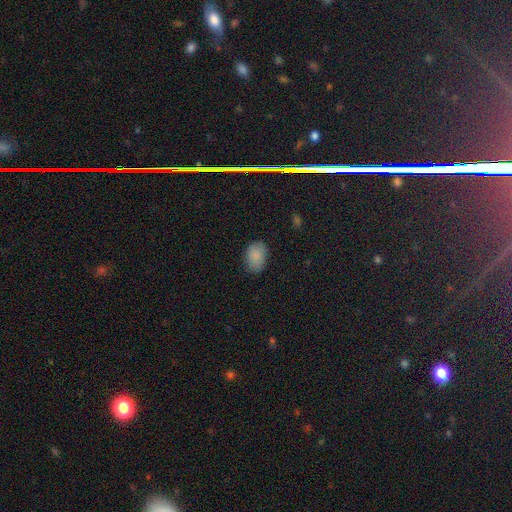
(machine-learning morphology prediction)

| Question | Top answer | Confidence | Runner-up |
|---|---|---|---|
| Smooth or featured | smooth | 87% | star or artifact (8%) |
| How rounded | in between | 83% | round (16%) |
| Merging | none | 76% | minor disturbance (19%) |